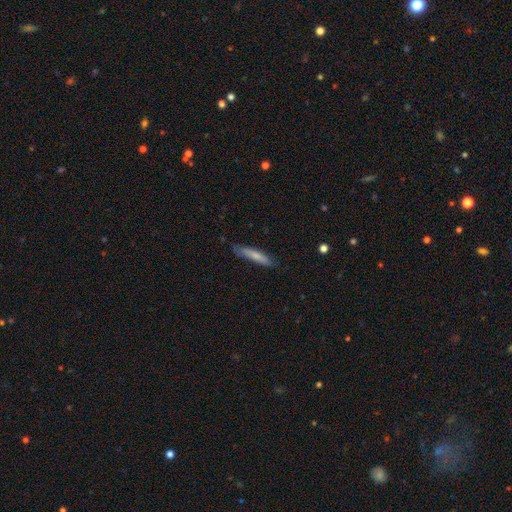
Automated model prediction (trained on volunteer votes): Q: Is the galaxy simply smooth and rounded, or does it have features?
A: smooth — 72%.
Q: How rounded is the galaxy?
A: cigar-shaped — 88%.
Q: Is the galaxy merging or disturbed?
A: none — 75%.